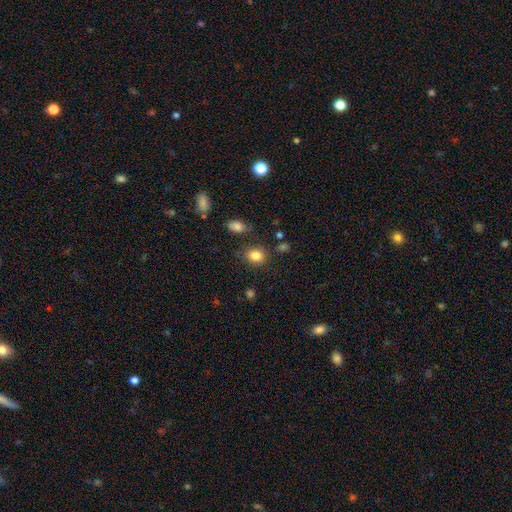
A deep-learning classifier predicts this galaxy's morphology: smooth-or-featured: smooth: 83% | star or artifact: 10% | featured or disk: 6%
  how-rounded: round: 53% | in between: 46% | cigar-shaped: 1%
  merging: none: 80% | minor disturbance: 12% | major disturbance: 4% | merger: 4%